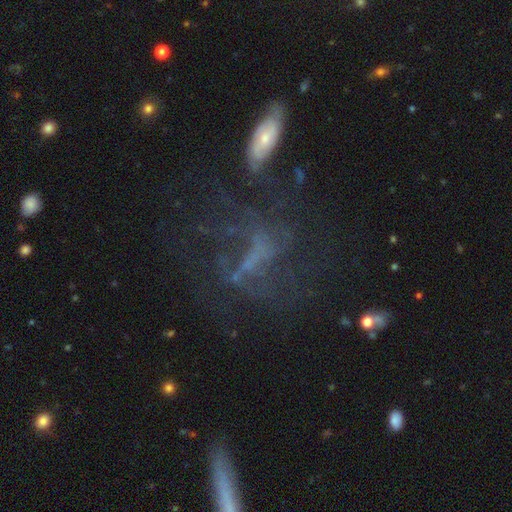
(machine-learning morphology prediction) The model was most divided on "merging": none: 48%, major disturbance: 29%, minor disturbance: 15%, merger: 8%. More confident: edge-on disk — no (88%); smooth or featured — featured or disk (55%).